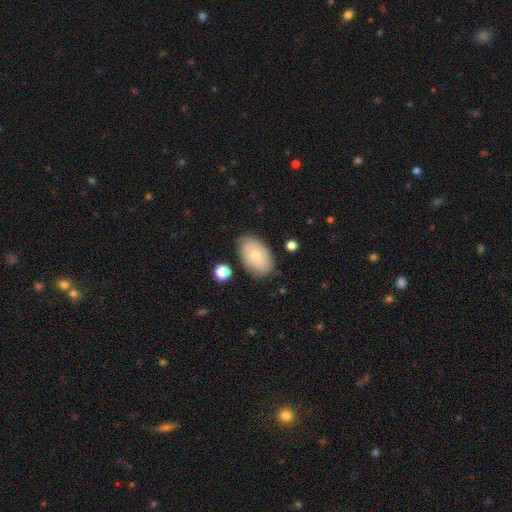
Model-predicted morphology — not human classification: A smooth galaxy with no disk features (72%) that is in between round and cigar-shaped (92%).

Vote fractions:
- Smooth or featured? smooth: 72% / featured or disk: 22% / star or artifact: 7%
- How rounded? in between: 92% / round: 7% / cigar-shaped: 1%
- Merging? none: 79% / minor disturbance: 16% / major disturbance: 3% / merger: 2%